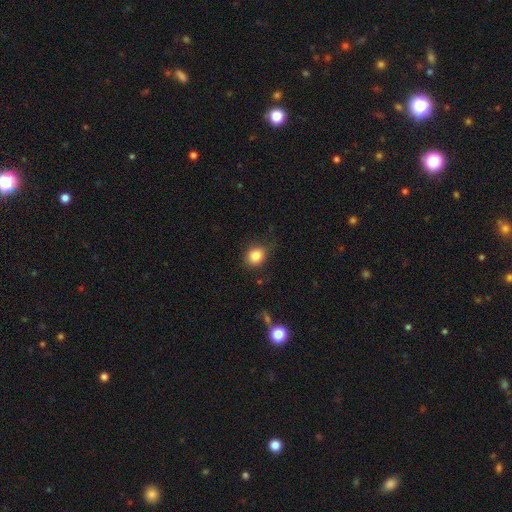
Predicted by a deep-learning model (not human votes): Smooth or featured?
  - smooth: 84% *
  - star or artifact: 10%
  - featured or disk: 6%
How rounded?
  - round: 69% *
  - in between: 30%
  - cigar-shaped: 1%
Merging?
  - none: 76% *
  - minor disturbance: 18%
  - major disturbance: 4%
  - merger: 2%